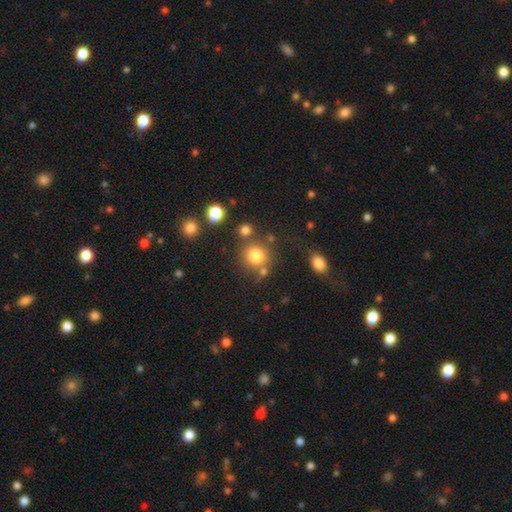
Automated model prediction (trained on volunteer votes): Smooth or featured? smooth (79%)
How rounded? round (88%)
Merging? none (73%)